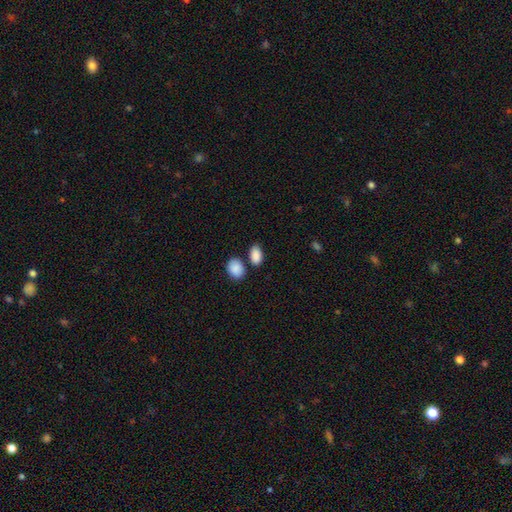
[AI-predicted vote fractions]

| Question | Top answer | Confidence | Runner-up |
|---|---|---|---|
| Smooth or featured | smooth | 89% | star or artifact (7%) |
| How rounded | in between | 90% | round (9%) |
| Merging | none | 70% | merger (15%) |